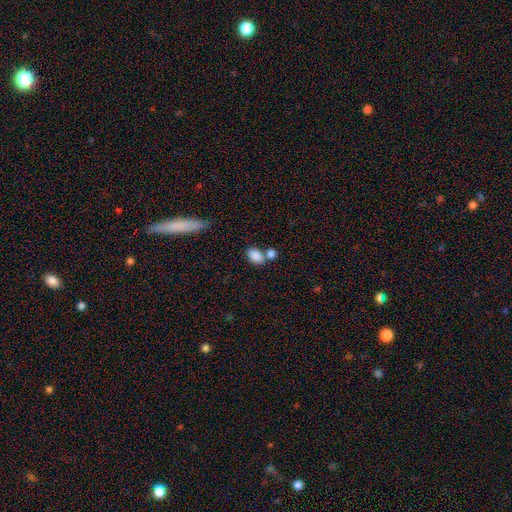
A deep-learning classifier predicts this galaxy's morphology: Overall: smooth (85%). How rounded: in between (84%). Merging: none (49%; merger 35%).